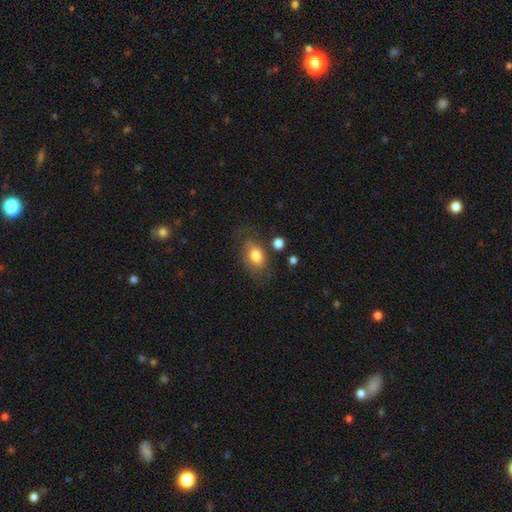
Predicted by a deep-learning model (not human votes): smooth-or-featured: smooth: 76% | featured or disk: 15% | star or artifact: 8%
  how-rounded: in between: 82% | round: 17% | cigar-shaped: 2%
  merging: none: 64% | minor disturbance: 21% | major disturbance: 10% | merger: 4%